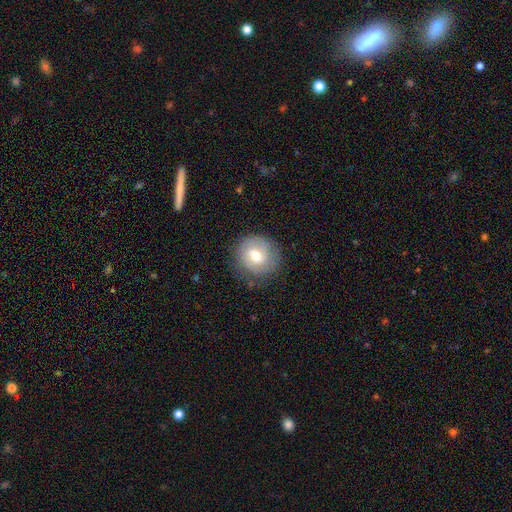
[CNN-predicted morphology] A smooth galaxy with no disk features (51%) that is round (88%). Merging: none (81%).